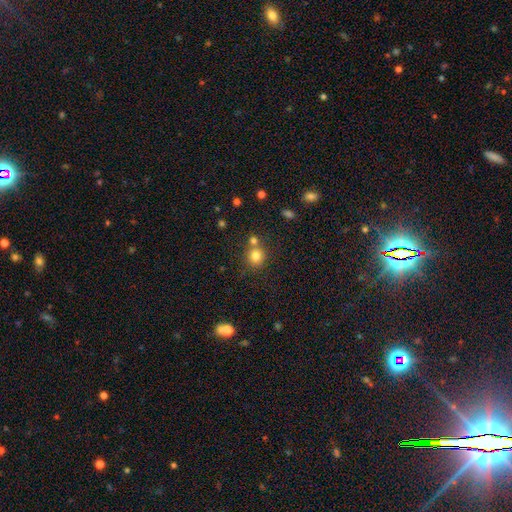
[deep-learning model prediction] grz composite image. It shows a smooth galaxy with no disk features (80%) that is round (85%). Merging: none (64%).